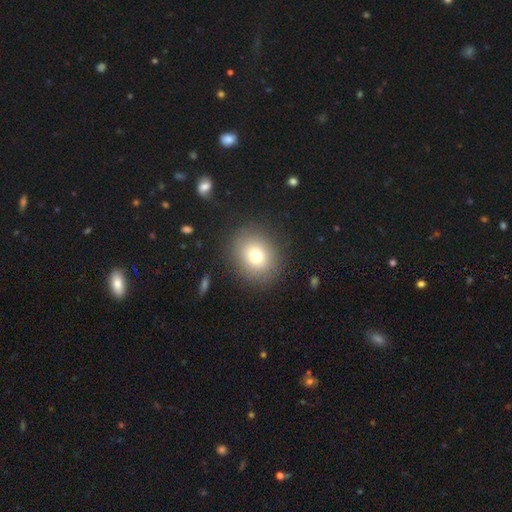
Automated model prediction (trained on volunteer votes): A smooth galaxy with no disk features (75%) that is round (70%). Merging: none (87%).